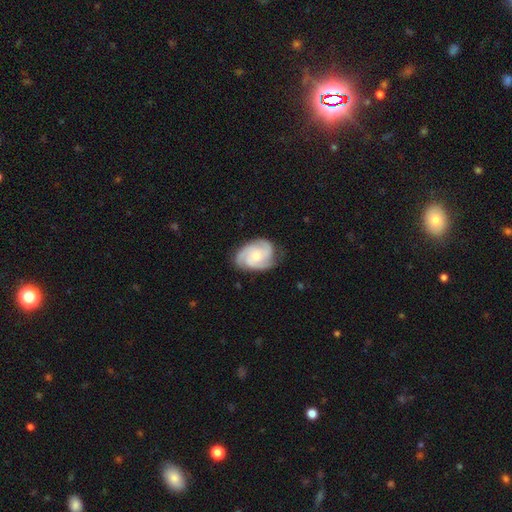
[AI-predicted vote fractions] Q: Smooth or featured?
A: featured or disk (82%); runner-up: smooth (13%)
Q: Edge-on disk?
A: no (98%); runner-up: yes (2%)
Q: Bar?
A: no (73%); runner-up: weak (23%)
Q: Spiral arms?
A: yes (97%); runner-up: no (3%)
Q: Spiral winding?
A: tight (52%); runner-up: medium (40%)
Q: Spiral arm count?
A: 3 (67%); runner-up: 4 (11%)
Q: Bulge size?
A: moderate (48%); runner-up: small (45%)
Q: Merging?
A: none (74%); runner-up: minor disturbance (19%)